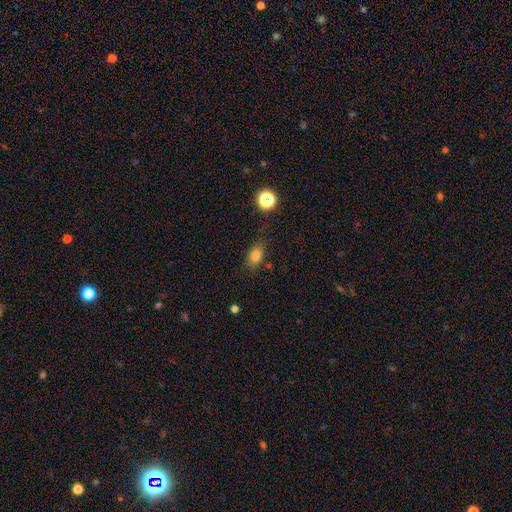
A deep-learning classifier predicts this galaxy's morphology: smooth_or_featured: smooth (p=0.78) [alt: star or artifact p=0.13]
how_rounded: in between (p=0.74) [alt: round p=0.22]
merging: none (p=0.73) [alt: minor disturbance p=0.19]